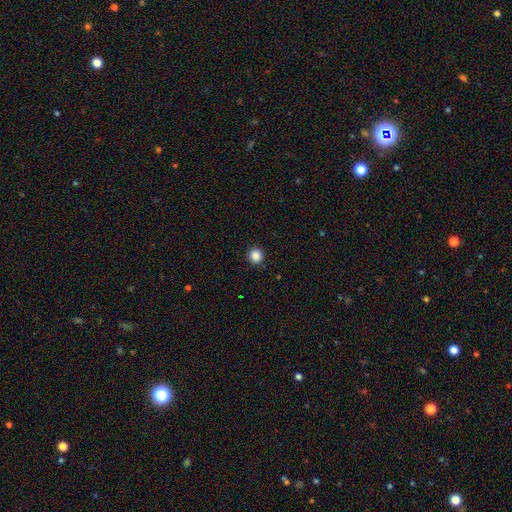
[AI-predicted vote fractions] Smooth or featured? Predicted: smooth (p=0.86). How rounded? Predicted: round (p=0.96). Merging? Predicted: none (p=0.92).